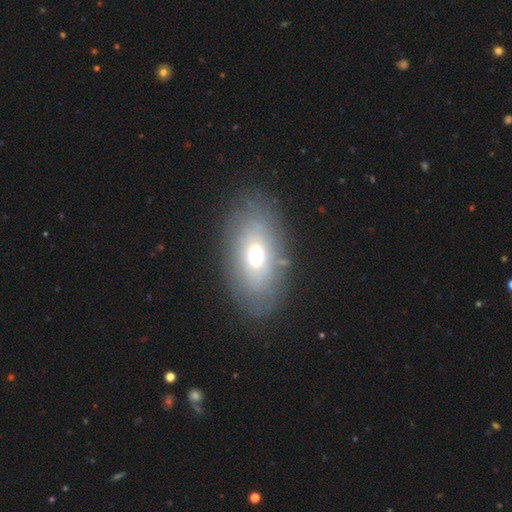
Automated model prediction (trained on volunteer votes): This appears to be a smooth galaxy with no disk features (52%) that is in between round and cigar-shaped (83%). Merging: none (75%).